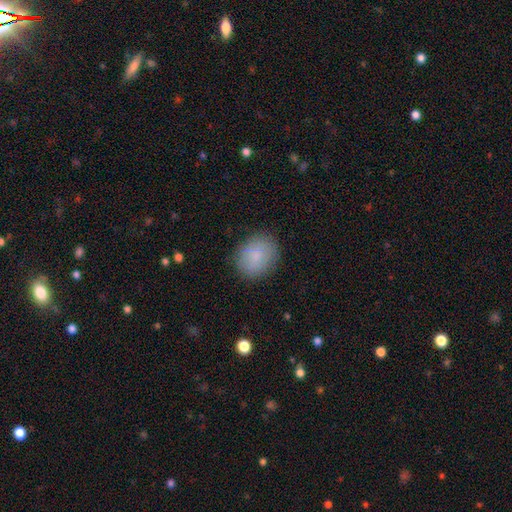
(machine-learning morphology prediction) This appears to be a smooth galaxy with no disk features (83%) that is round (52%). Merging: none (84%).